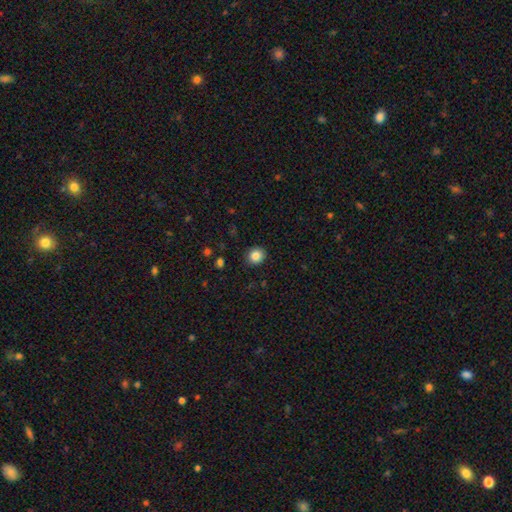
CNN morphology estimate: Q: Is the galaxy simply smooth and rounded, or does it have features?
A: smooth — 85%.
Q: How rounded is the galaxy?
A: round — 83%.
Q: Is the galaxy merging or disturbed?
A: none — 91%.